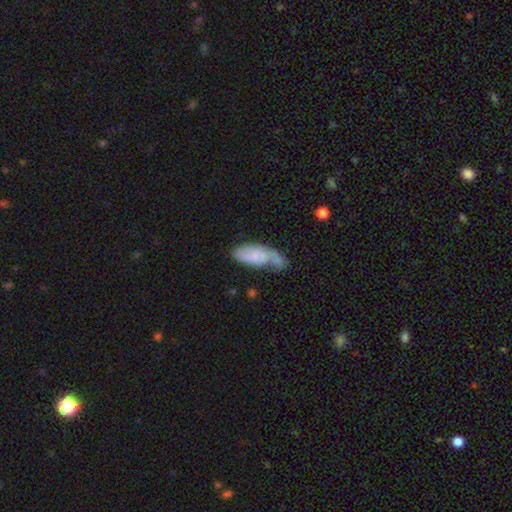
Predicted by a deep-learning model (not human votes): Overall: smooth (58%; featured or disk 35%). How rounded: in between (80%). Merging: none (35%; minor disturbance 29%).